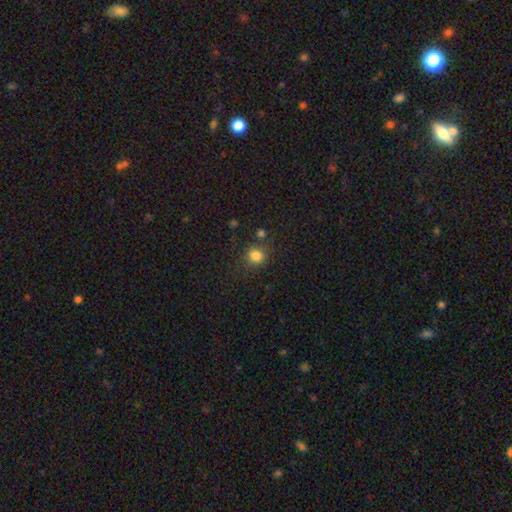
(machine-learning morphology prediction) A smooth galaxy with no disk features (82%) that is round (82%). Merging: none (79%).